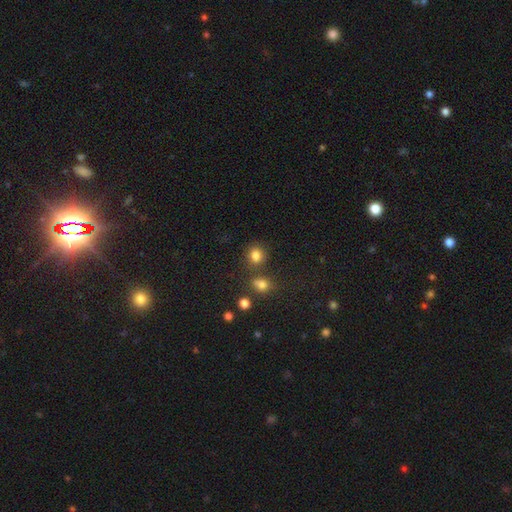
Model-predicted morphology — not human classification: A smooth galaxy with no disk features (81%) that is round (77%). Merging: none (72%).